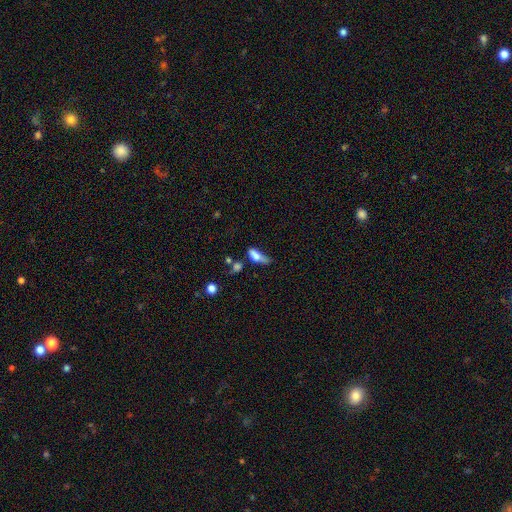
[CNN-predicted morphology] Smooth or featured? Predicted: smooth (p=0.64). How rounded? Predicted: in between (p=0.70). Merging? Predicted: major disturbance (p=0.33).